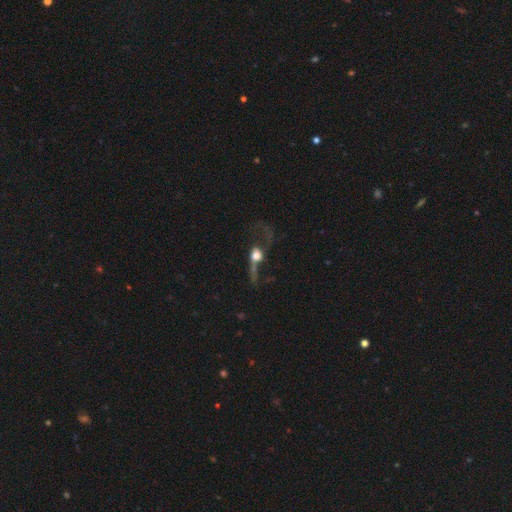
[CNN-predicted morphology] Smooth or featured?
  - featured or disk: 59% *
  - smooth: 30%
  - star or artifact: 10%
Edge-on disk?
  - no: 81% *
  - yes: 19%
Merging?
  - major disturbance: 49% *
  - none: 29%
  - minor disturbance: 12%
  - merger: 10%